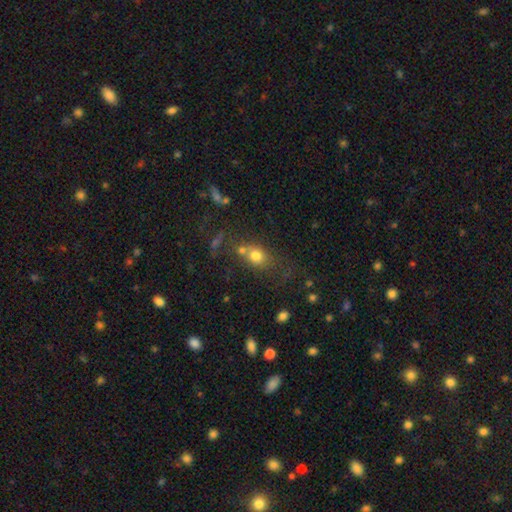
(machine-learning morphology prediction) A smooth galaxy with no disk features (73%) that is round (50%). Merging: none (50%).